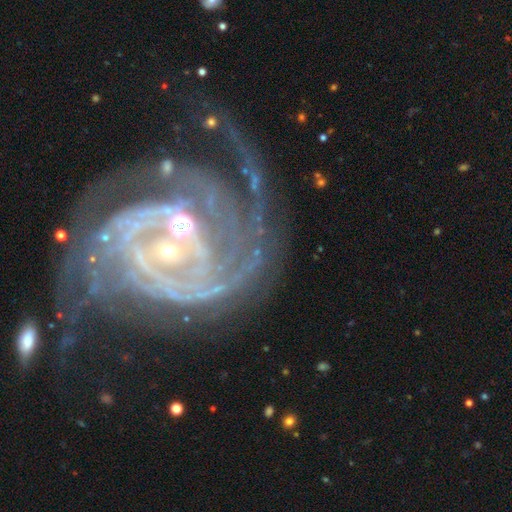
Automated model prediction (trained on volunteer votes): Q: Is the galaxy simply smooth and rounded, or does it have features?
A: featured or disk — 83%.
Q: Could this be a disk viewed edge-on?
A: no — 96%.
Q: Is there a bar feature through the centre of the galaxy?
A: no — 47%.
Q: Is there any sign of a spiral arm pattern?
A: yes — 94%.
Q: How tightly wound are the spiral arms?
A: tight — 67%.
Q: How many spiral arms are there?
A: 2 — 24%.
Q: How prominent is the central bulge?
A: small — 53%.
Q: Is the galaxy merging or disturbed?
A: none — 60%.